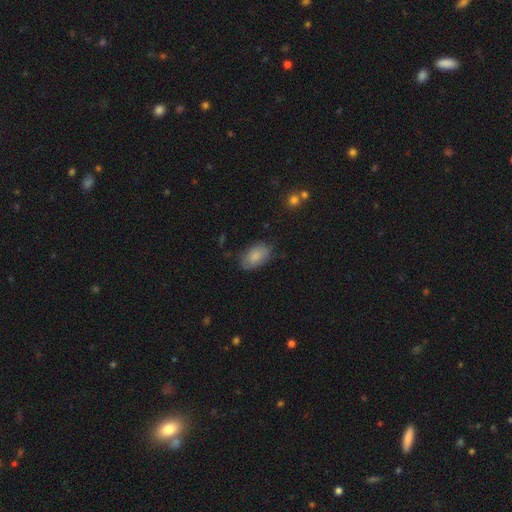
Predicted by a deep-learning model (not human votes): Q: Smooth or featured?
A: smooth (82%); runner-up: featured or disk (11%)
Q: How rounded?
A: in between (92%); runner-up: round (6%)
Q: Merging?
A: none (70%); runner-up: minor disturbance (23%)